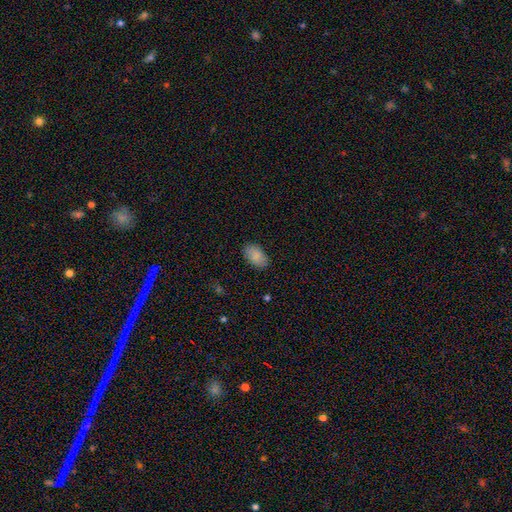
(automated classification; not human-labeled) A smooth galaxy with no disk features (87%) that is in between round and cigar-shaped (93%). Merging: none (85%).